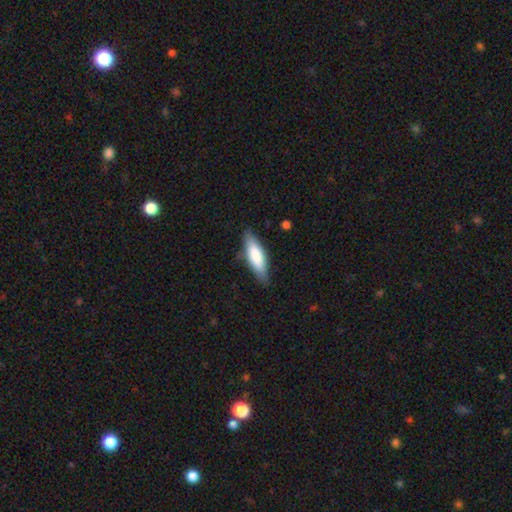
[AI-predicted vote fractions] smooth-or-featured: smooth: 78% | featured or disk: 17% | star or artifact: 5%
  how-rounded: in between: 50% | cigar-shaped: 49% | round: 2%
  merging: none: 81% | minor disturbance: 15% | major disturbance: 3% | merger: 1%